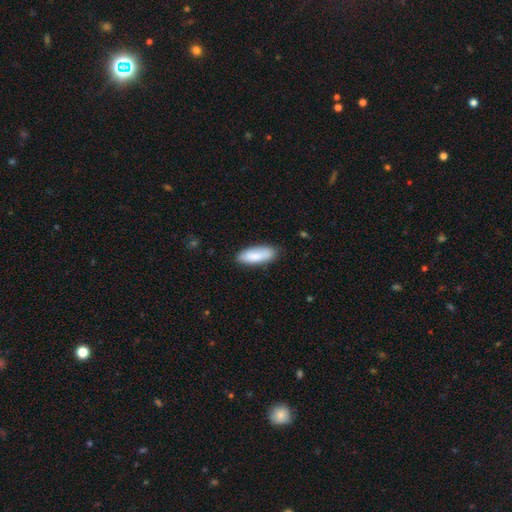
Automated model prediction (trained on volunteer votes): The model was most divided on "how rounded": in between: 67%, cigar-shaped: 32%, round: 2%. More confident: smooth or featured — smooth (84%); merging — none (82%).